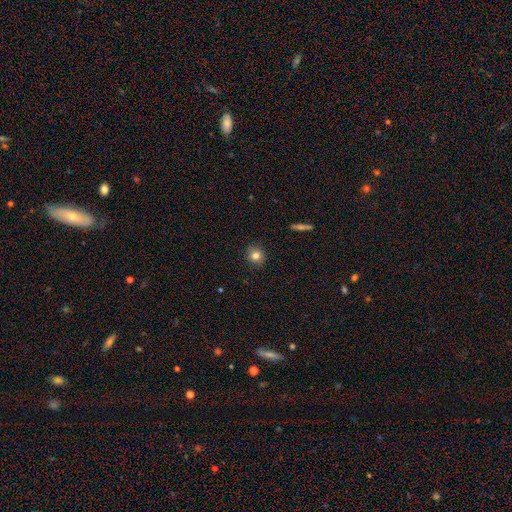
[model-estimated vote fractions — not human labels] This appears to be a smooth galaxy with no disk features (80%) that is round (88%). Merging: none (90%).